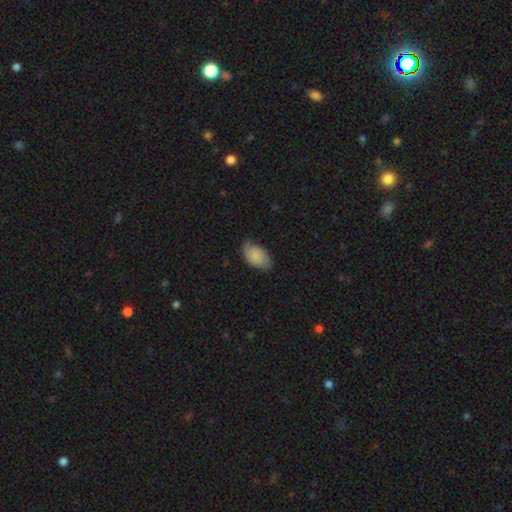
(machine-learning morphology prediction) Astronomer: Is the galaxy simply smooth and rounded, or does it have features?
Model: smooth — 76%.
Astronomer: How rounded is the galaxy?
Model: in between — 93%.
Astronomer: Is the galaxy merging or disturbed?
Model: none — 62%.